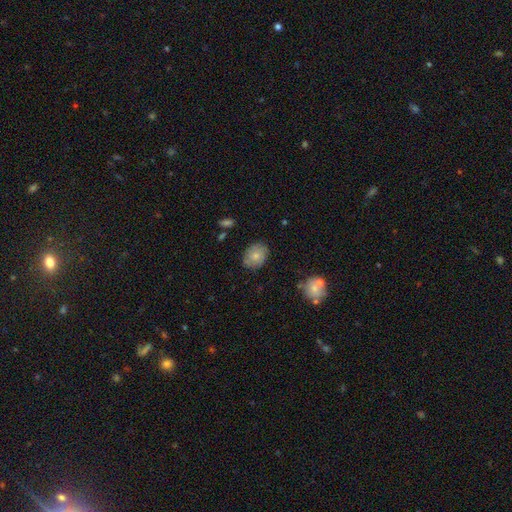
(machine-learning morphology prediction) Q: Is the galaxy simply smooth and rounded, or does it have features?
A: smooth — 63%.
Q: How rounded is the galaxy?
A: in between — 58%.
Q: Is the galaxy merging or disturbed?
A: none — 79%.